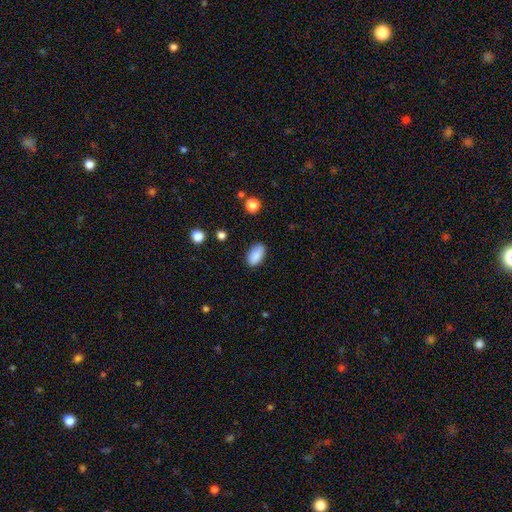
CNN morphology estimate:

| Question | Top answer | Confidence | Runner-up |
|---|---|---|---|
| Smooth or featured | smooth | 88% | star or artifact (8%) |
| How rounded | in between | 94% | round (4%) |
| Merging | none | 83% | minor disturbance (13%) |